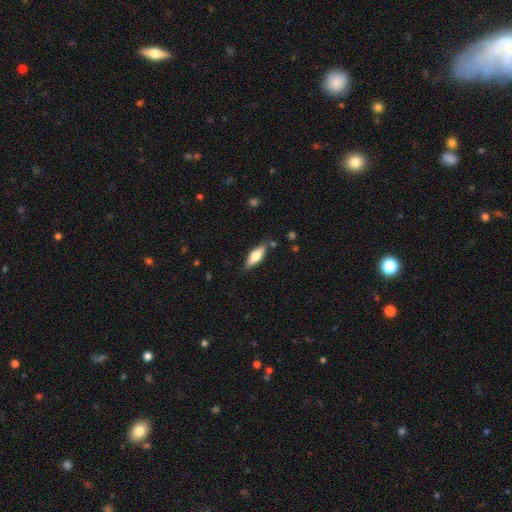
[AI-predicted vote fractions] Morphology: type=smooth (63%); roundness=in between (62%); merging=none (82%).